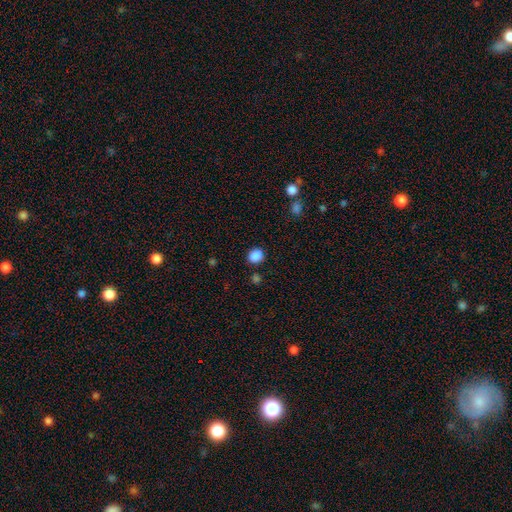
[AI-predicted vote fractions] Morphology: type=smooth (87%); roundness=round (72%); merging=none (85%).